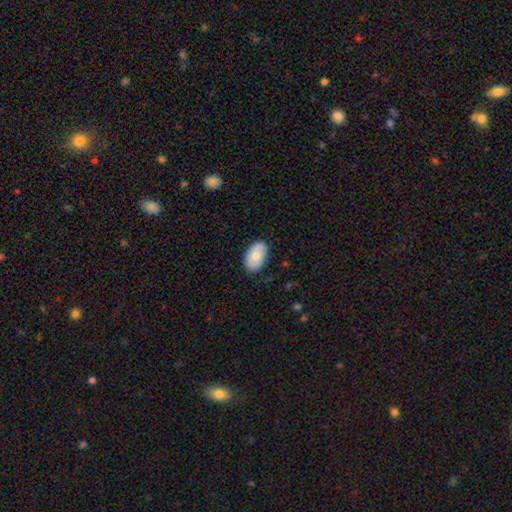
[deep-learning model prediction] smooth-or-featured: smooth: 78% | featured or disk: 16% | star or artifact: 6%
  how-rounded: in between: 94% | round: 5% | cigar-shaped: 1%
  merging: none: 81% | minor disturbance: 15% | major disturbance: 3% | merger: 1%